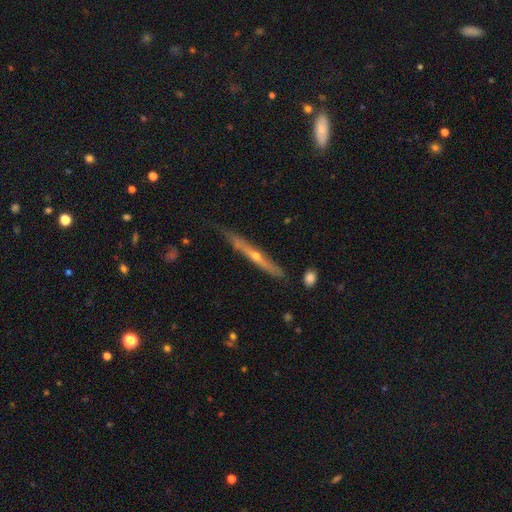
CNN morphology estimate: A featured or disk galaxy (73%) viewed edge-on (95%) with a rounded central bulge (77%). Merging: none (79%).